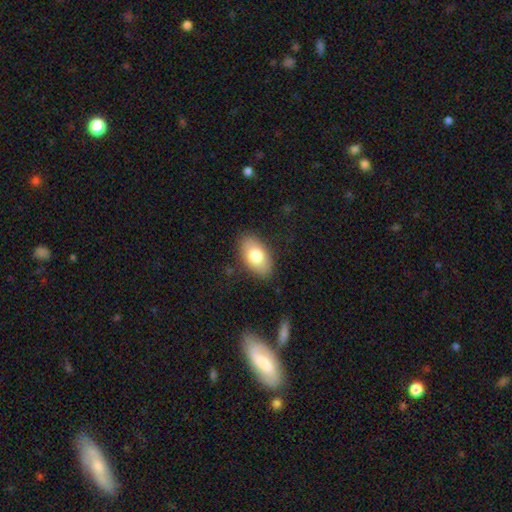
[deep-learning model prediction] smooth-or-featured: smooth: 76% | featured or disk: 17% | star or artifact: 7%
  how-rounded: in between: 93% | round: 5% | cigar-shaped: 2%
  merging: none: 85% | minor disturbance: 11% | major disturbance: 3% | merger: 1%